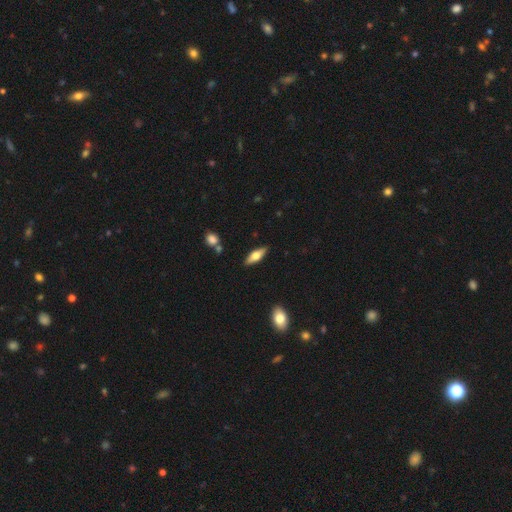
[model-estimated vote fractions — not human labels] Smooth or featured? smooth (48%)
Merging? none (87%)